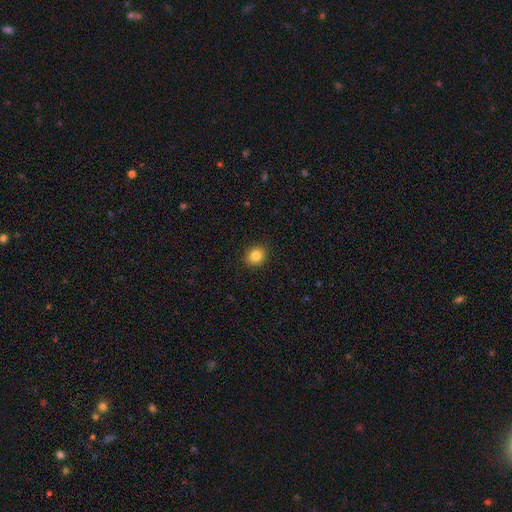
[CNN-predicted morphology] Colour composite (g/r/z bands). It shows a smooth galaxy with no disk features (84%) that is round (76%). Merging: none (91%).